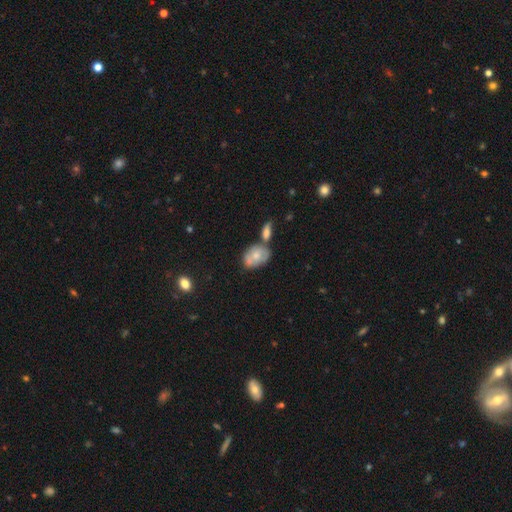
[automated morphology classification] type=smooth (59%); roundness=in between (75%); merging=none (37%).